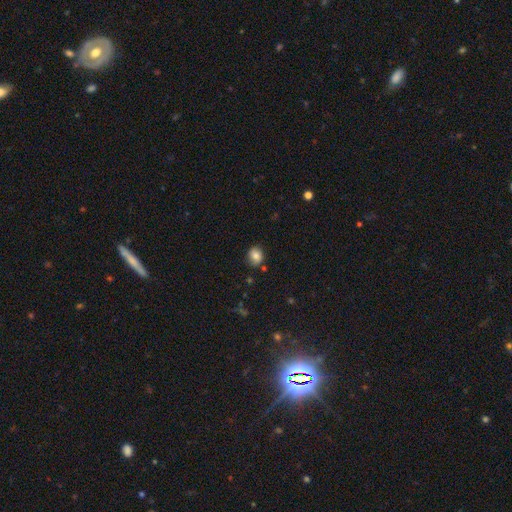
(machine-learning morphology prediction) Q: Smooth or featured?
A: smooth (79%); runner-up: featured or disk (11%)
Q: How rounded?
A: round (65%); runner-up: in between (34%)
Q: Merging?
A: none (78%); runner-up: minor disturbance (16%)